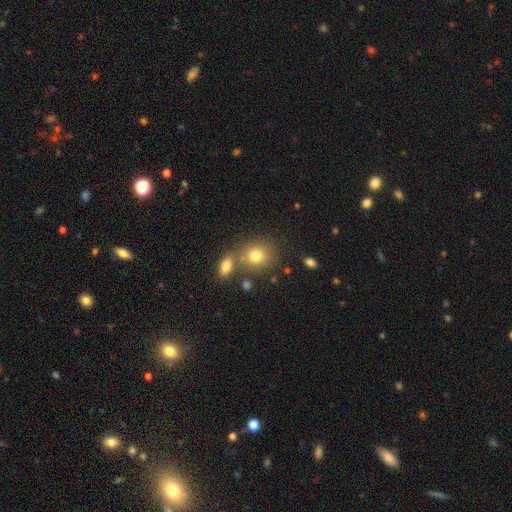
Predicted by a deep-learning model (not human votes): This appears to be a smooth galaxy with no disk features (77%) that is round (73%). Merging: none (62%).